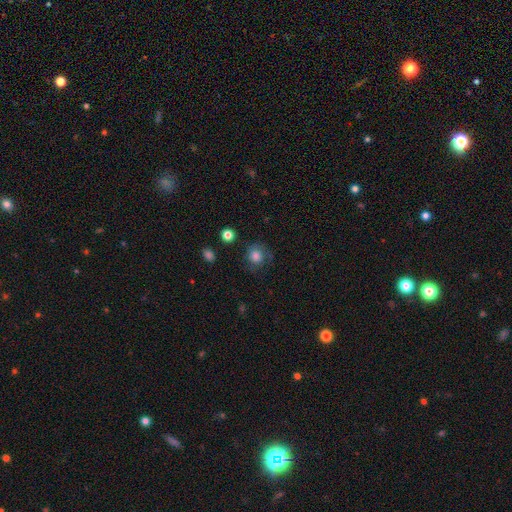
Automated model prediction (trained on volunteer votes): Smooth or featured? Predicted: smooth (p=0.79). How rounded? Predicted: round (p=0.85). Merging? Predicted: none (p=0.71).